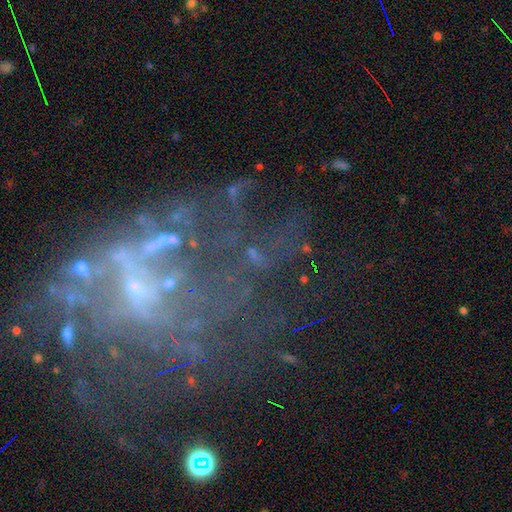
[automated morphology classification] smooth_or_featured: featured or disk (p=0.56) [alt: star or artifact p=0.31]
disk_edge_on: no (p=0.95) [alt: yes p=0.05]
bar: no (p=0.59) [alt: weak p=0.25]
has_spiral_arms: yes (p=0.56) [alt: no p=0.44]
bulge_size: small (p=0.51) [alt: none p=0.28]
merging: none (p=0.46) [alt: major disturbance p=0.28]